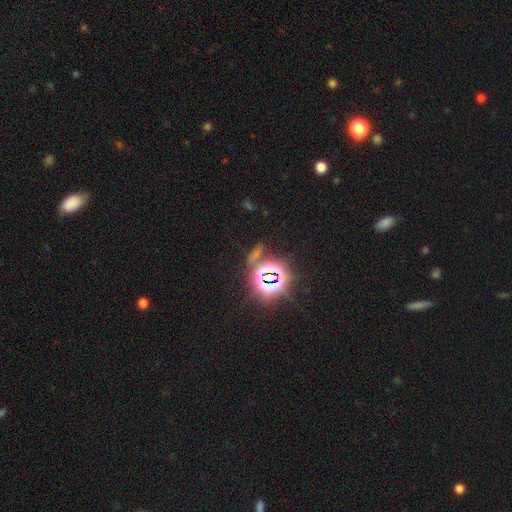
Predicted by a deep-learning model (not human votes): The model was most divided on "smooth or featured": star or artifact: 76%, smooth: 14%, featured or disk: 10%.